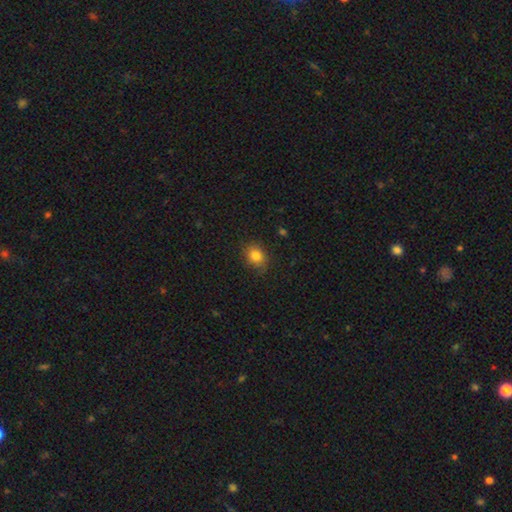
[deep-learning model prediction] A smooth galaxy with no disk features (83%) that is round (60%).

Vote fractions:
- Smooth or featured? smooth: 83% / star or artifact: 11% / featured or disk: 6%
- How rounded? round: 60% / in between: 39% / cigar-shaped: 1%
- Merging? none: 83% / minor disturbance: 13% / major disturbance: 3% / merger: 1%